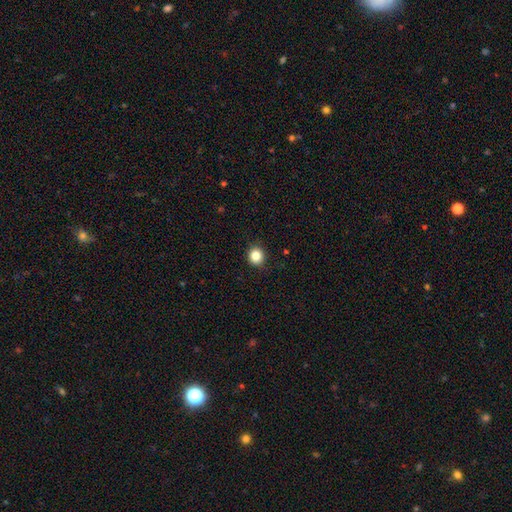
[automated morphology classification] Smooth or featured: smooth — 84% (star or artifact — 11%)
How rounded: round — 88% (in between — 11%)
Merging: none — 91% (minor disturbance — 6%)